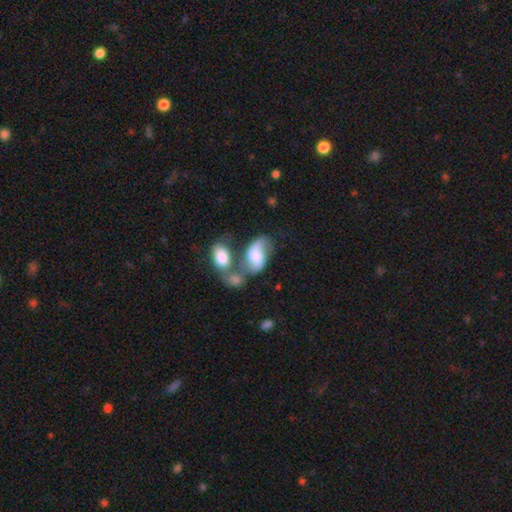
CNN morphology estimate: Smooth or featured? Predicted: smooth (p=0.47). Merging? Predicted: merger (p=0.50).